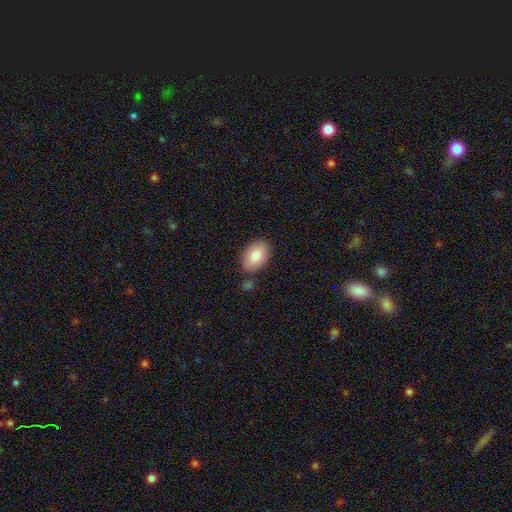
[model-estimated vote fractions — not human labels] Smooth or featured: smooth — 83% (featured or disk — 11%)
How rounded: in between — 87% (round — 12%)
Merging: none — 79% (minor disturbance — 14%)